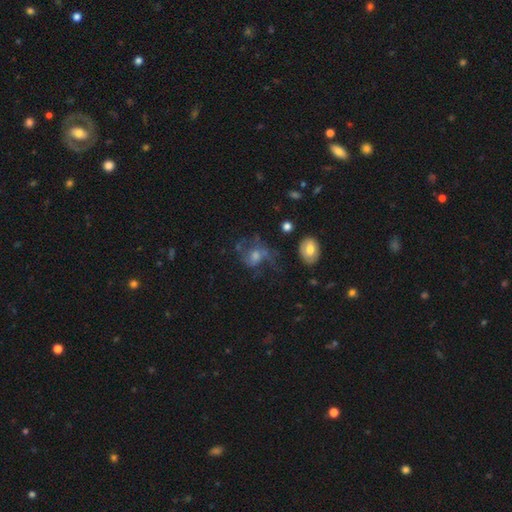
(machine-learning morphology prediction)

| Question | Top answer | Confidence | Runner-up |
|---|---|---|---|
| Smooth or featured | featured or disk | 59% | smooth (26%) |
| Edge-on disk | no | 97% | yes (3%) |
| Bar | no | 65% | weak (29%) |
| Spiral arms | yes | 67% | no (33%) |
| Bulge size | moderate | 44% | small (33%) |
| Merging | none | 45% | major disturbance (33%) |